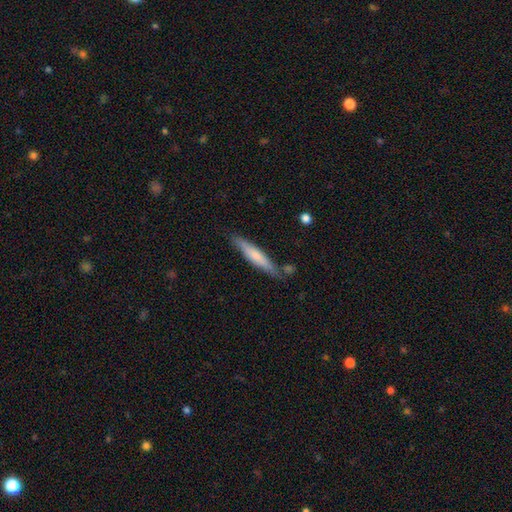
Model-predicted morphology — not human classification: Smooth or featured? Predicted: smooth (p=0.59). How rounded? Predicted: cigar-shaped (p=0.91). Merging? Predicted: none (p=0.78).